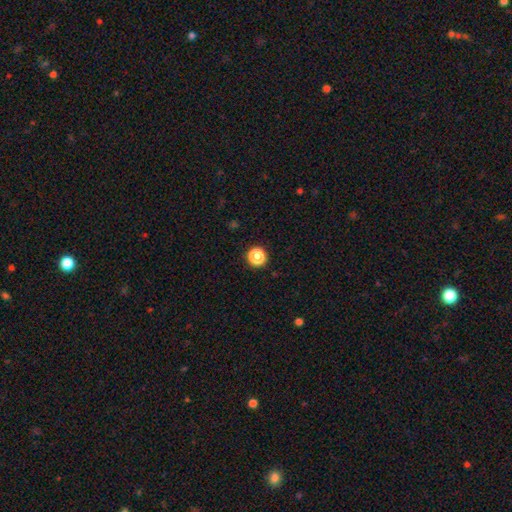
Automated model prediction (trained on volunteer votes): Overall: smooth (80%). How rounded: round (89%). Merging: none (90%).